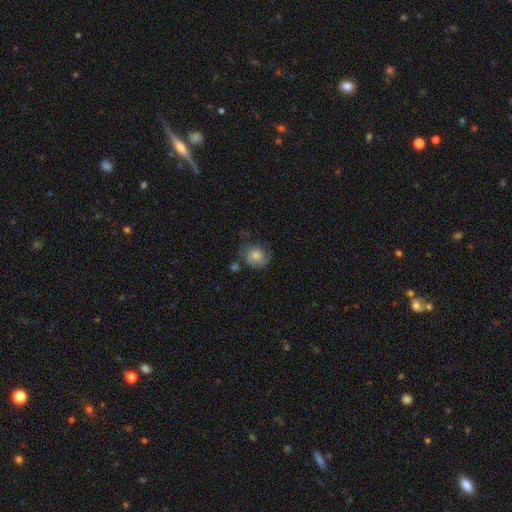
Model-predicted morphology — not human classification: This is possibly a smooth galaxy (57%). How rounded: likely round (68%). Merging: possibly none (54%).